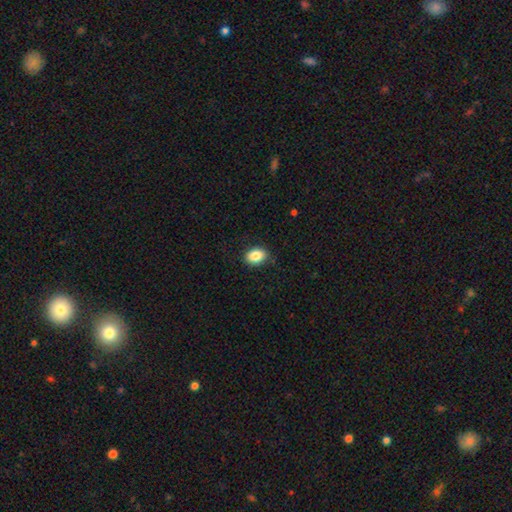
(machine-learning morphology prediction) type=smooth (86%); roundness=in between (76%); merging=none (87%).